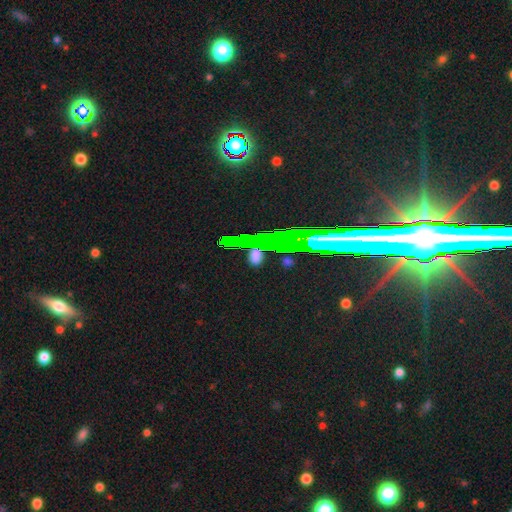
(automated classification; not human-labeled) Overall: star or artifact (54%; smooth 31%).